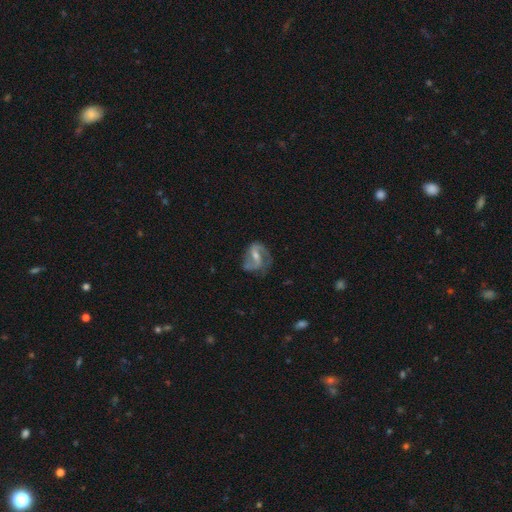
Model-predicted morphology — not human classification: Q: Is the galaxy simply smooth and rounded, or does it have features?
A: featured or disk — 83%.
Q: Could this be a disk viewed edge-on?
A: no — 97%.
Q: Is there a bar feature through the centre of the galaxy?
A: weak — 45%.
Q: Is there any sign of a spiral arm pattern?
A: yes — 94%.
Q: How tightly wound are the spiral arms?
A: medium — 49%.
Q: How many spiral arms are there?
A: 2 — 83%.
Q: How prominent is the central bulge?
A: moderate — 49%.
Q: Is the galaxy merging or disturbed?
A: none — 67%.